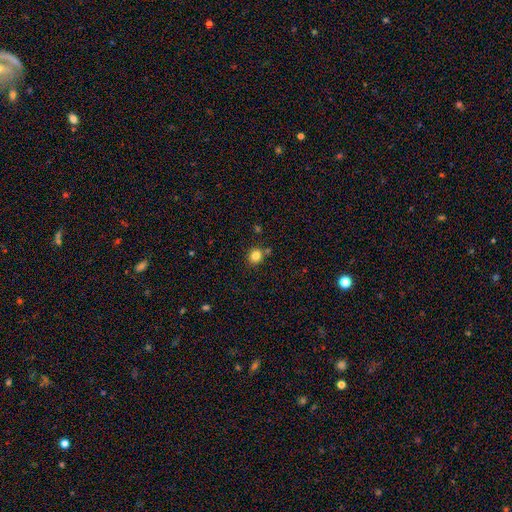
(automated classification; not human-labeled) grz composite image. It shows a smooth galaxy with no disk features (83%) that is round (84%). Merging: none (78%).